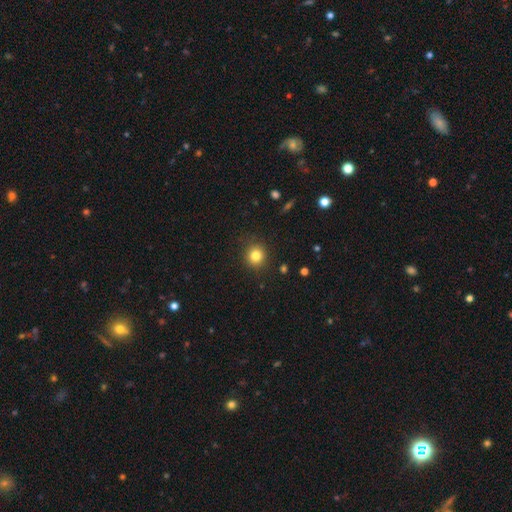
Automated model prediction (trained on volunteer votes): Smooth or featured? Predicted: smooth (p=0.82). How rounded? Predicted: round (p=0.89). Merging? Predicted: none (p=0.88).